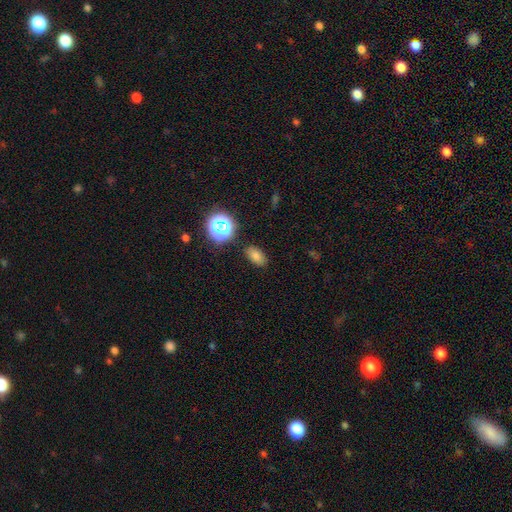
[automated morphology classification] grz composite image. It shows a smooth galaxy with no disk features (74%) that is in between round and cigar-shaped (83%). Merging: none (85%).